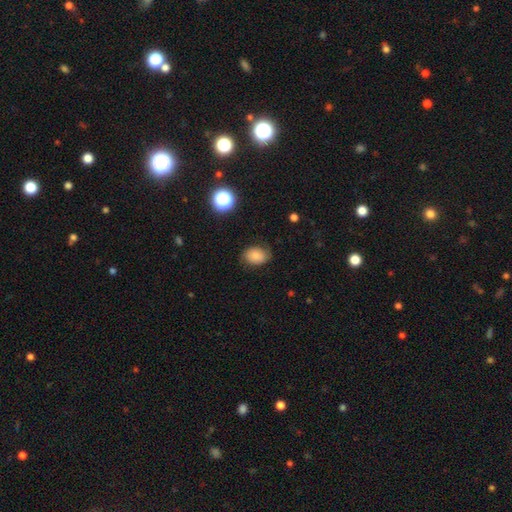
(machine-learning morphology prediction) Smooth or featured: smooth — 78% (featured or disk — 12%)
How rounded: in between — 73% (round — 26%)
Merging: none — 77% (minor disturbance — 17%)